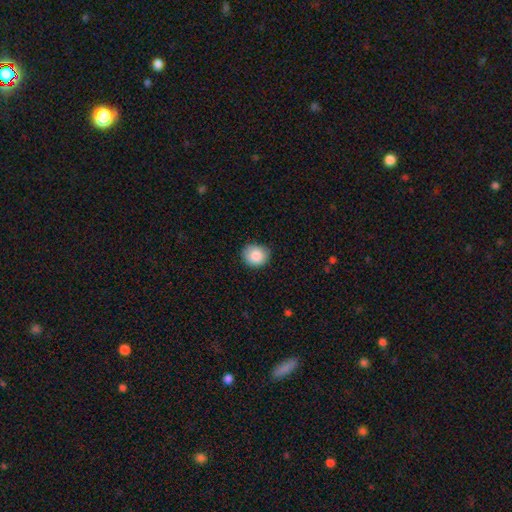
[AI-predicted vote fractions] This is clearly a smooth galaxy (87%). How rounded: likely round (76%). Merging: clearly none (82%).